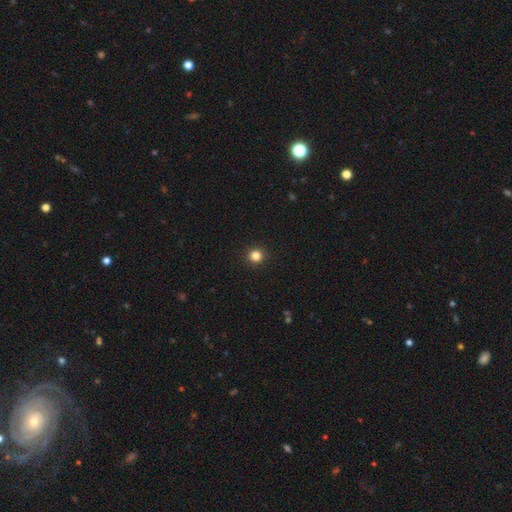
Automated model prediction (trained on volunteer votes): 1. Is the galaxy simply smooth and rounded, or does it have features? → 83% smooth, 13% star or artifact, 4% featured or disk.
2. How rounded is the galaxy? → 94% round, 5% in between, 1% cigar-shaped.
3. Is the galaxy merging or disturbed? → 93% none, 4% minor disturbance, 2% major disturbance, 1% merger.